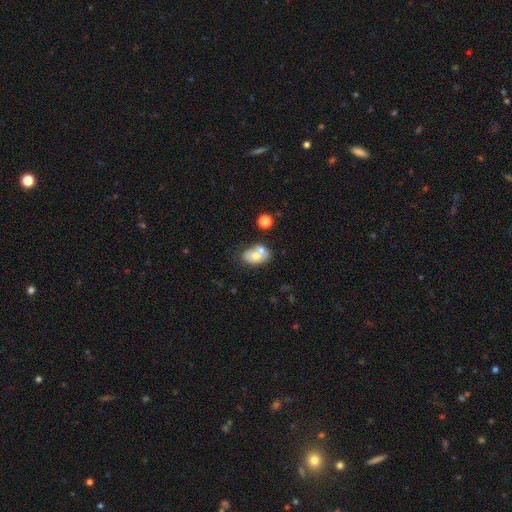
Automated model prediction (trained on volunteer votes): Smooth or featured?
  - smooth: 61% *
  - featured or disk: 31%
  - star or artifact: 9%
How rounded?
  - in between: 81% *
  - round: 18%
  - cigar-shaped: 1%
Merging?
  - none: 42% *
  - merger: 36%
  - minor disturbance: 16%
  - major disturbance: 6%